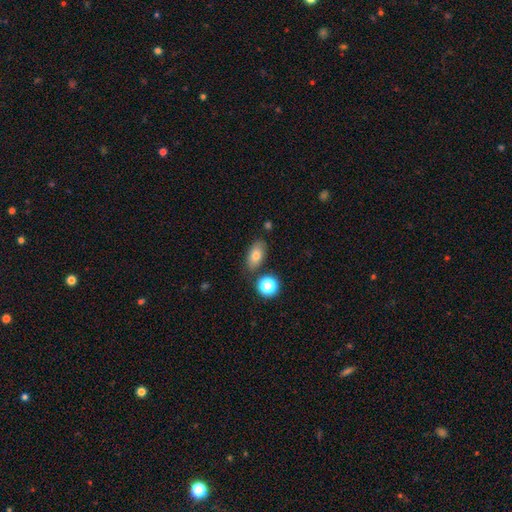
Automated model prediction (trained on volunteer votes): smooth 76%, featured or disk 14%, star or artifact 11%. Down the decision tree: how rounded — in between (87%); merging — none (77%).